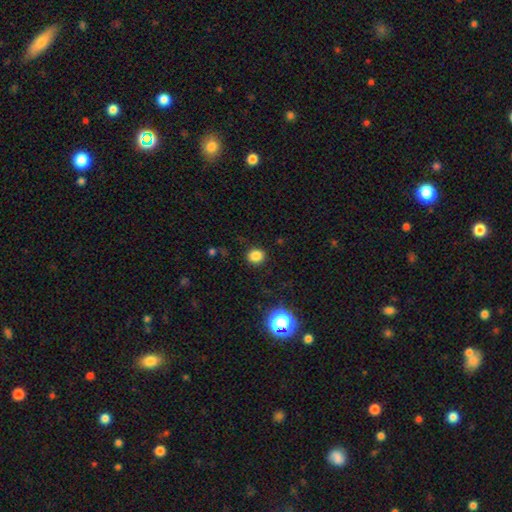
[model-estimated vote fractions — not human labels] Smooth or featured: smooth — 83% (star or artifact — 13%)
How rounded: round — 82% (in between — 17%)
Merging: none — 90% (minor disturbance — 7%)